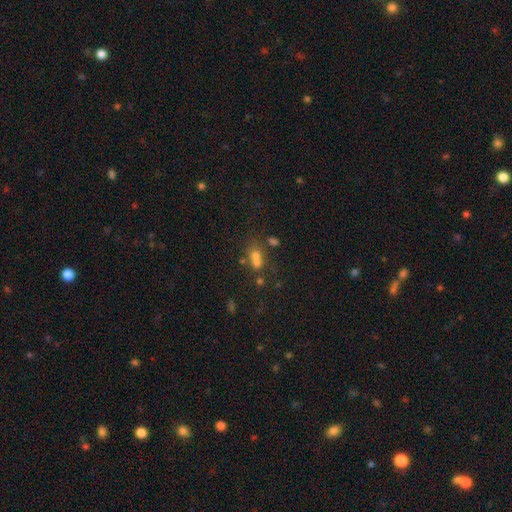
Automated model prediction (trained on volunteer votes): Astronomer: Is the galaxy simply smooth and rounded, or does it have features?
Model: smooth — 59%.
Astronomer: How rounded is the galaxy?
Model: round — 55% (runner-up: in between, 42%).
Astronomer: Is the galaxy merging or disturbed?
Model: merger — 53% (runner-up: none, 31%).